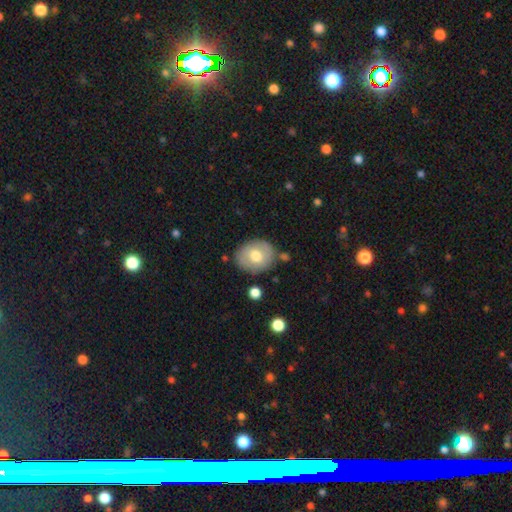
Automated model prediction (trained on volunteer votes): The model was most divided on "how rounded": round: 59%, in between: 40%, cigar-shaped: 1%. More confident: merging — none (79%); smooth or featured — smooth (65%).